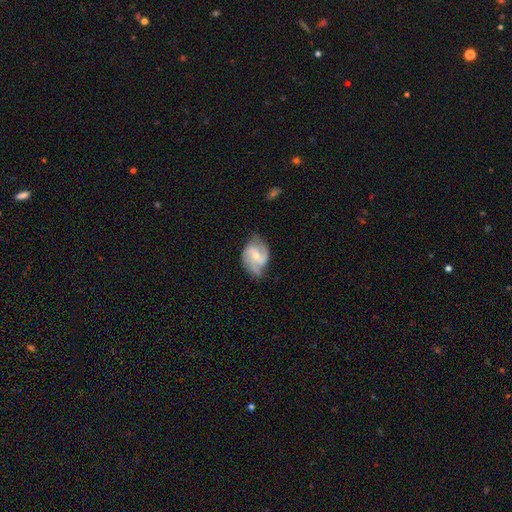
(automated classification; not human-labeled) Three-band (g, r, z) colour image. It shows a featured or disk galaxy (77%) with no bar (44%), 2 (76%) medium (49%) spiral arms (93%) and a small central bulge (54%). Merging: none (61%).